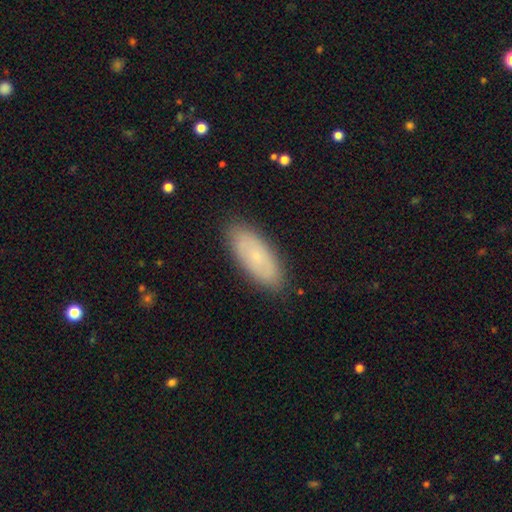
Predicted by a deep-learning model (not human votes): Smooth or featured: smooth — 64% (featured or disk — 28%)
How rounded: in between — 80% (cigar-shaped — 17%)
Merging: none — 86% (minor disturbance — 11%)